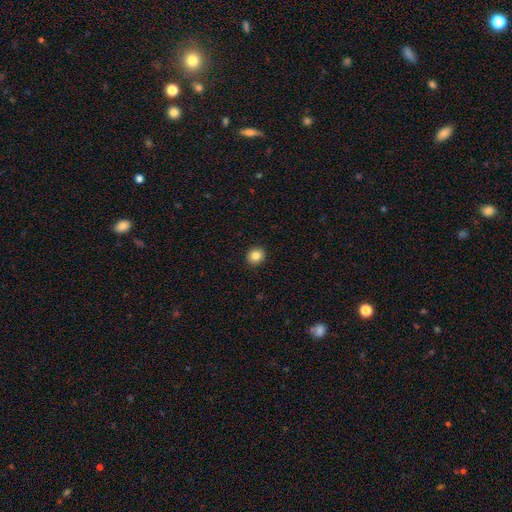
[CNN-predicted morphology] smooth-or-featured: smooth: 84% | star or artifact: 10% | featured or disk: 6%
  how-rounded: round: 84% | in between: 15% | cigar-shaped: 1%
  merging: none: 93% | minor disturbance: 5% | major disturbance: 1% | merger: 1%